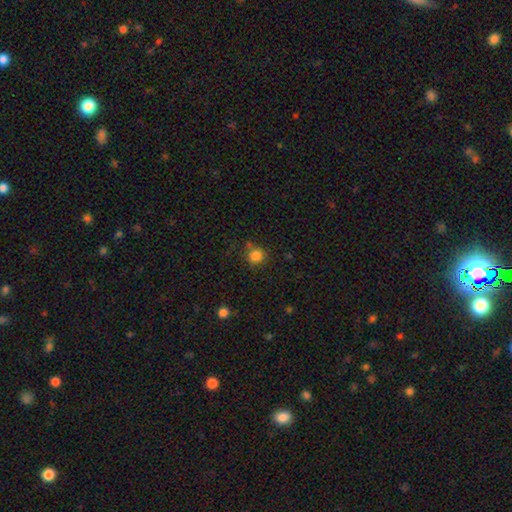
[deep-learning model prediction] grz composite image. It shows a smooth galaxy with no disk features (84%) that is round (87%). Merging: none (75%).